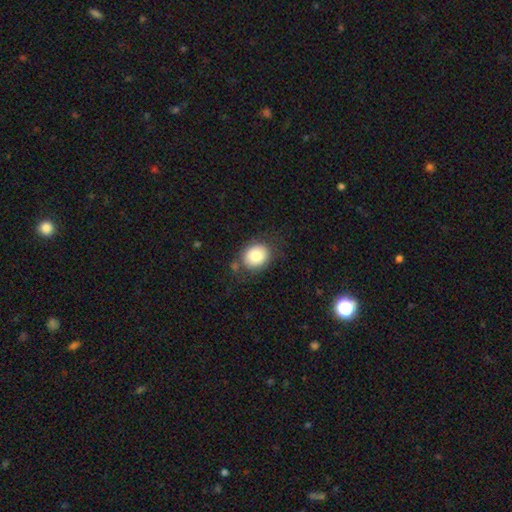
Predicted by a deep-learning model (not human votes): This appears to be a smooth galaxy with no disk features (81%) that is round (66%). Merging: none (76%).